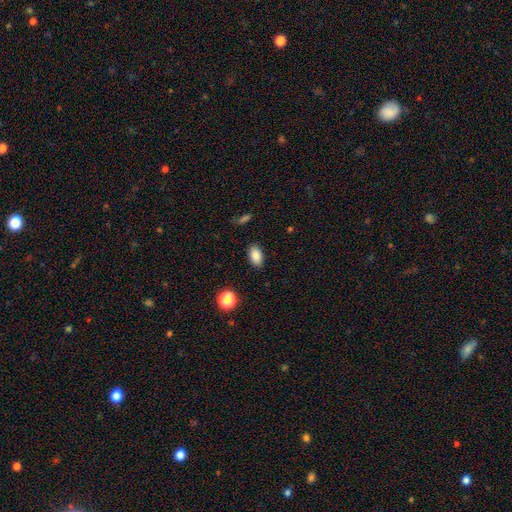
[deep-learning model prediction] smooth_or_featured: smooth (p=0.86) [alt: star or artifact p=0.09]
how_rounded: in between (p=0.90) [alt: round p=0.08]
merging: none (p=0.87) [alt: minor disturbance p=0.09]